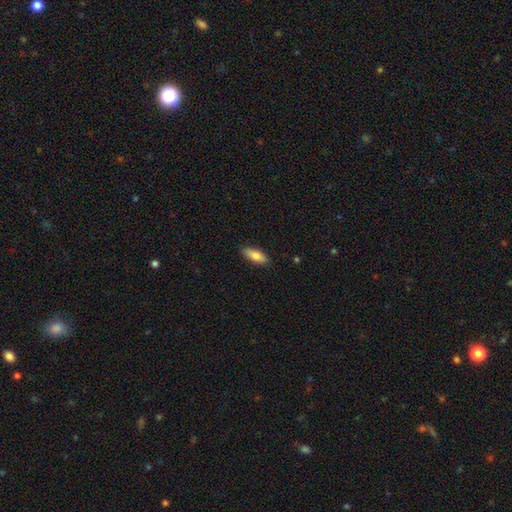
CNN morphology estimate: Overall: smooth (83%). How rounded: in between (75%). Merging: none (85%).